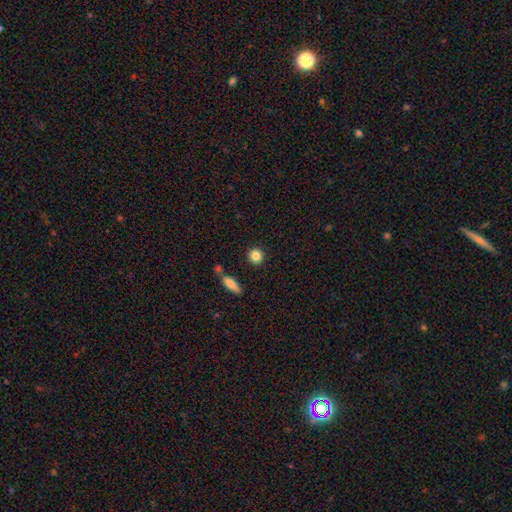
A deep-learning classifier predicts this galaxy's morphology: Overall: smooth (85%). How rounded: round (91%). Merging: none (88%).